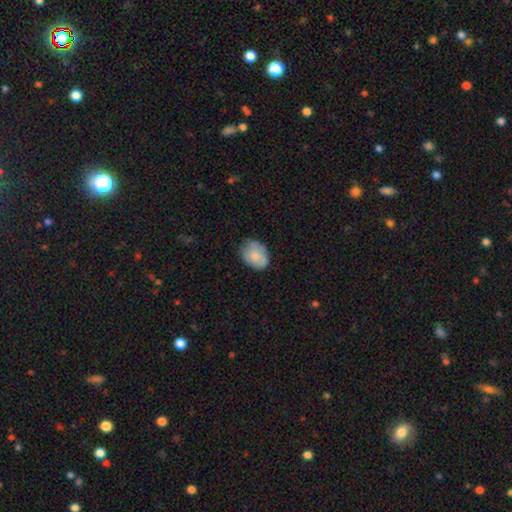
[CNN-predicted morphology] smooth_or_featured: smooth (p=0.79) [alt: featured or disk p=0.14]
how_rounded: in between (p=0.70) [alt: round p=0.29]
merging: none (p=0.71) [alt: minor disturbance p=0.23]